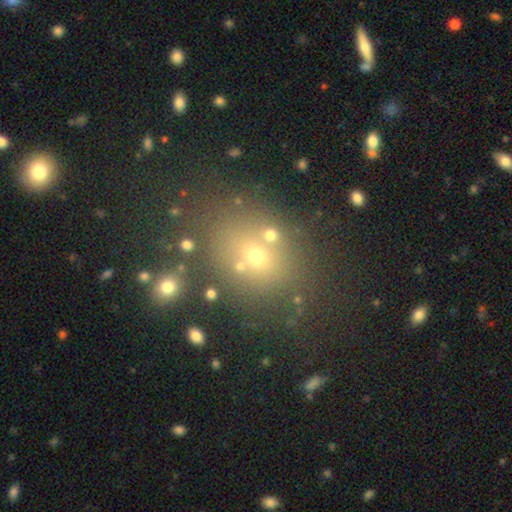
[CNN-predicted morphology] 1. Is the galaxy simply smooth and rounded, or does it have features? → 59% smooth, 25% star or artifact, 16% featured or disk.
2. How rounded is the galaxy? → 58% round, 41% in between, 1% cigar-shaped.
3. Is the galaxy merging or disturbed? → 70% none, 12% minor disturbance, 11% merger, 6% major disturbance.